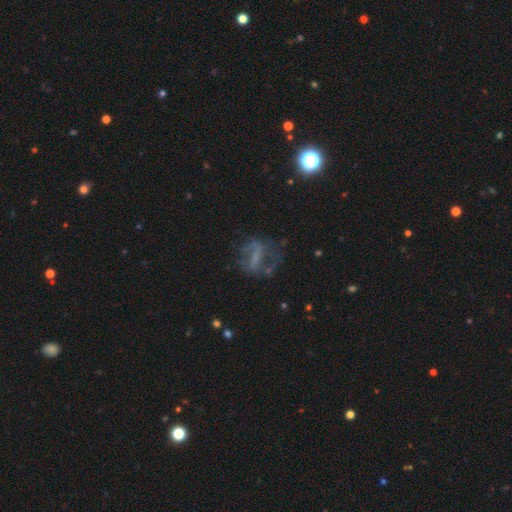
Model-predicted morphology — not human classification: smooth-or-featured: featured or disk: 61% | smooth: 23% | star or artifact: 16%
  disk-edge-on: no: 93% | yes: 7%
    bar: strong: 46% | weak: 31% | no: 23%
    has-spiral-arms: yes: 63% | no: 37%
    bulge-size: none: 59% | small: 22% | moderate: 13% | large: 4% | dominant: 1%
  merging: none: 52% | major disturbance: 25% | minor disturbance: 20% | merger: 3%